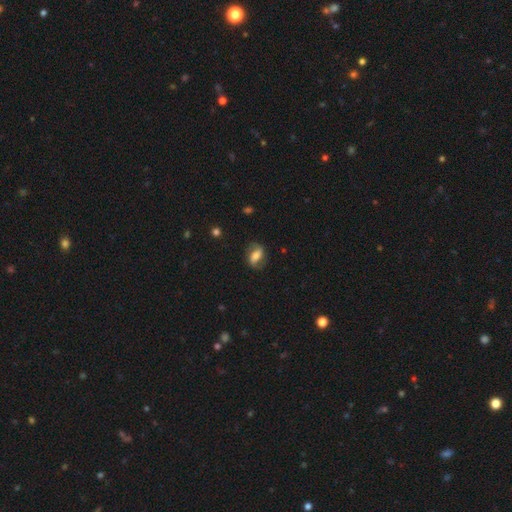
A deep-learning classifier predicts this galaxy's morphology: This appears to be a featured or disk galaxy (52%). Merging: none (76%).